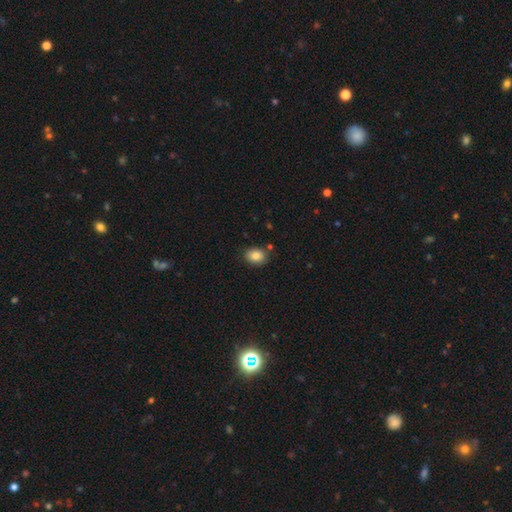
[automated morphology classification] Smooth or featured?
  - smooth: 84% *
  - star or artifact: 9%
  - featured or disk: 7%
How rounded?
  - in between: 56% *
  - round: 44%
  - cigar-shaped: 1%
Merging?
  - none: 84% *
  - minor disturbance: 10%
  - merger: 3%
  - major disturbance: 2%